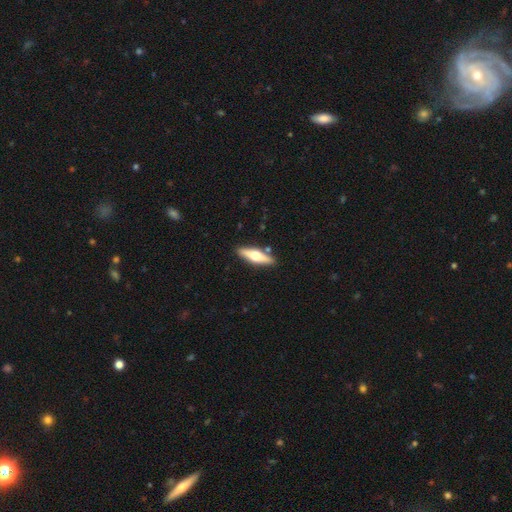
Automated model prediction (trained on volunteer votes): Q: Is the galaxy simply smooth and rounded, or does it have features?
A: featured or disk — 53%.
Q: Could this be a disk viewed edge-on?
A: yes — 92%.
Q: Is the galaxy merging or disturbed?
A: none — 87%.